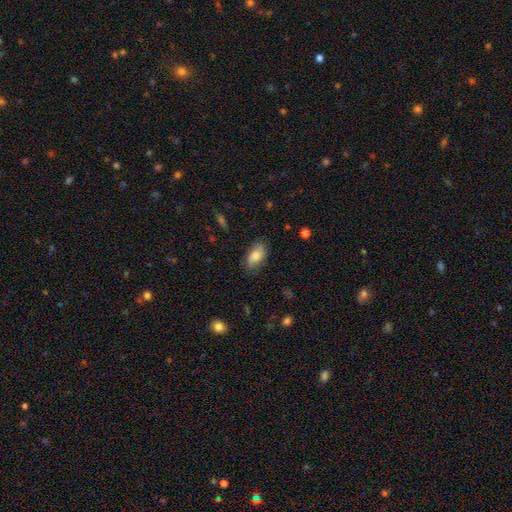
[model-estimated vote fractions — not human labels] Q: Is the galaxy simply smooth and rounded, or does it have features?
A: smooth — 77%.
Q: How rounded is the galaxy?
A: in between — 92%.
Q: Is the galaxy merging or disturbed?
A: none — 75%.